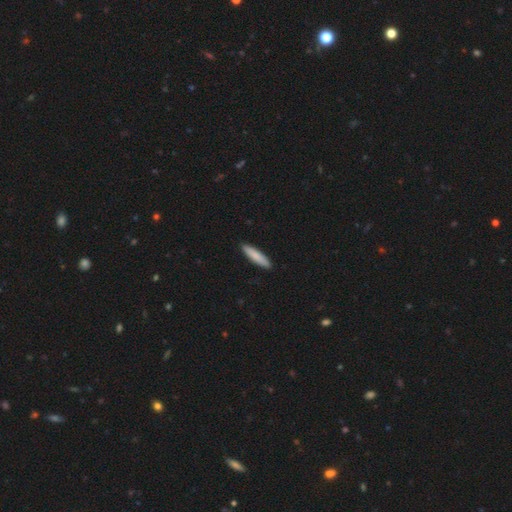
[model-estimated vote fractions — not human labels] Morphology: type=smooth (85%); roundness=cigar-shaped (82%); merging=none (91%).